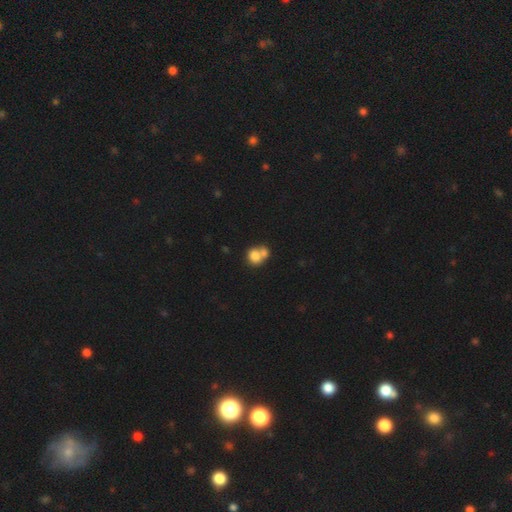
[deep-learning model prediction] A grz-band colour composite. It shows a smooth galaxy with no disk features (78%) that is round (70%). Merging: merger (59%).